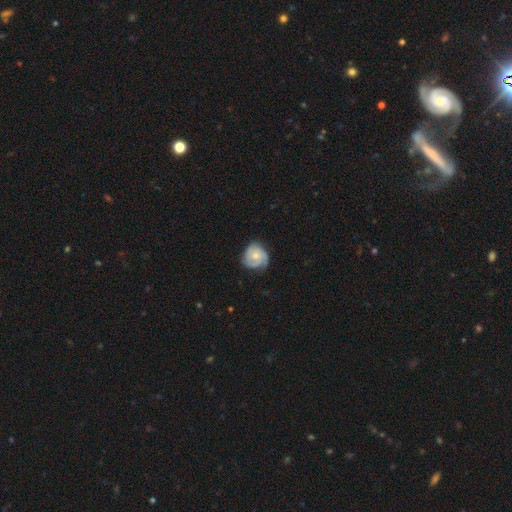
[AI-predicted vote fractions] This appears to be a featured or disk galaxy (64%) with no bar (77%), 3 (43%) tight (60%) spiral arms (91%) and a small central bulge (48%). Merging: none (66%).